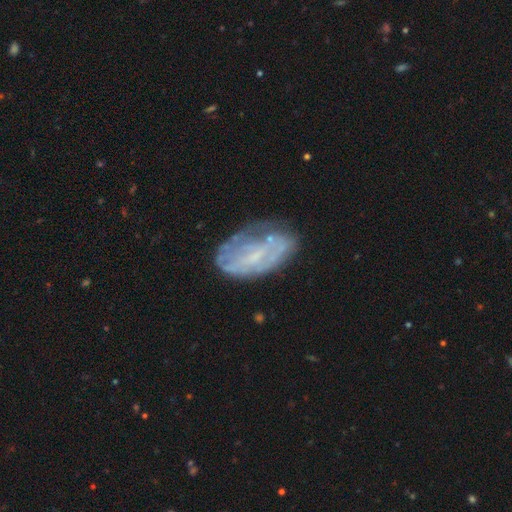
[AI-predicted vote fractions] smooth-or-featured: featured or disk: 64% | smooth: 27% | star or artifact: 10%
  disk-edge-on: no: 95% | yes: 5%
    bar: no: 51% | weak: 35% | strong: 14%
    has-spiral-arms: yes: 51% | no: 49%
    bulge-size: small: 44% | none: 40% | moderate: 13% | large: 2% | dominant: 1%
  merging: none: 56% | minor disturbance: 25% | major disturbance: 15% | merger: 3%